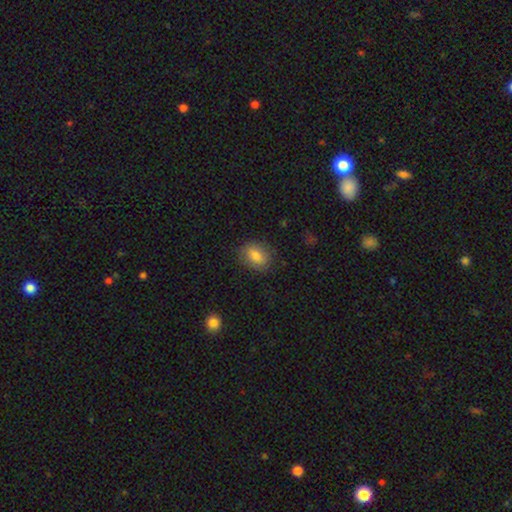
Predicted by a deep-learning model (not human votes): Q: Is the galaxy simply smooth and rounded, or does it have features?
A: smooth — 80%.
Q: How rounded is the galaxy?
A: in between — 67%.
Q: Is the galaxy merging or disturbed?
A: none — 79%.